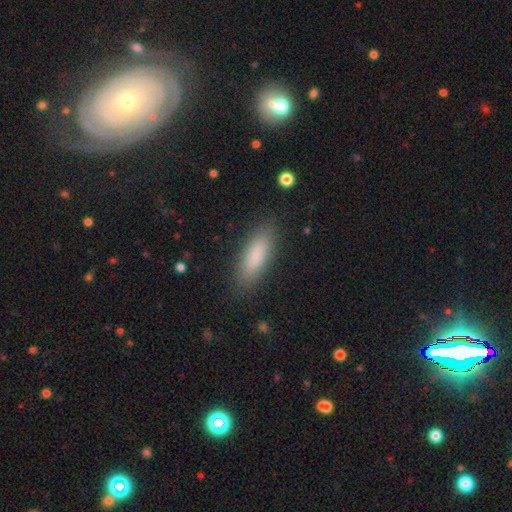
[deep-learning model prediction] This is clearly a smooth galaxy (85%). How rounded: possibly in between (53%). Merging: clearly none (87%).